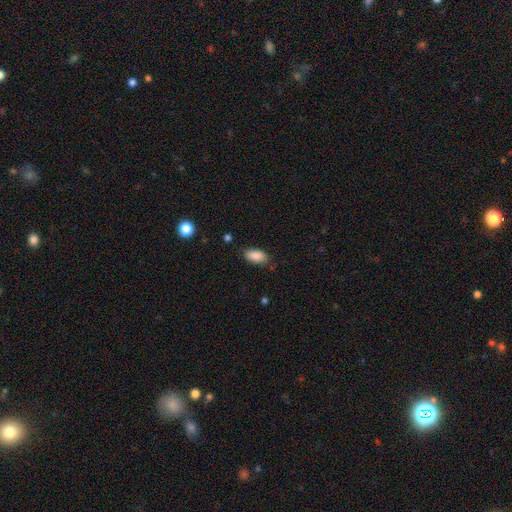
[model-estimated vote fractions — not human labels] This appears to be a smooth galaxy with no disk features (88%) that is in between round and cigar-shaped (92%). Merging: none (79%).